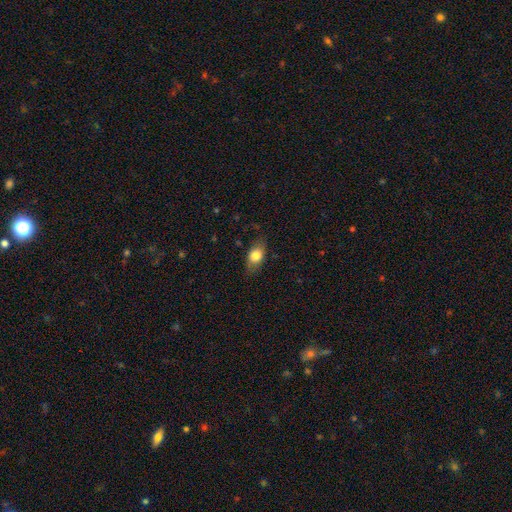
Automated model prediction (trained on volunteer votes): A smooth galaxy with no disk features (76%) that is in between round and cigar-shaped (84%). Merging: none (77%).